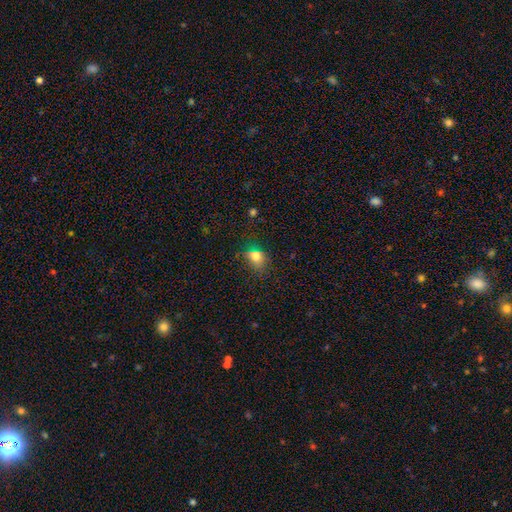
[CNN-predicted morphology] This is likely a smooth galaxy (77%). How rounded: likely in between (63%). Merging: possibly none (55%).